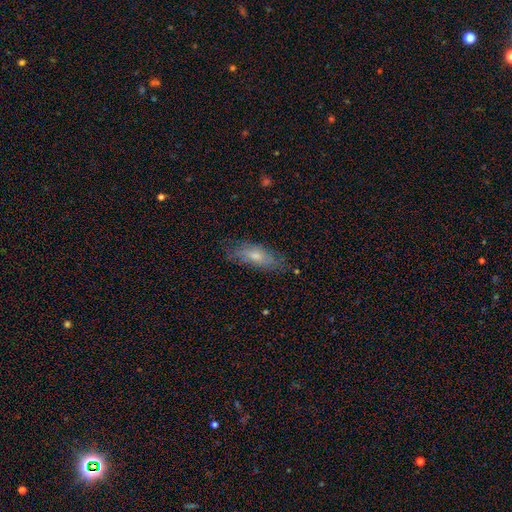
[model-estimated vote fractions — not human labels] This appears to be a smooth galaxy with no disk features (60%) that is in between round and cigar-shaped (64%). Merging: none (74%).